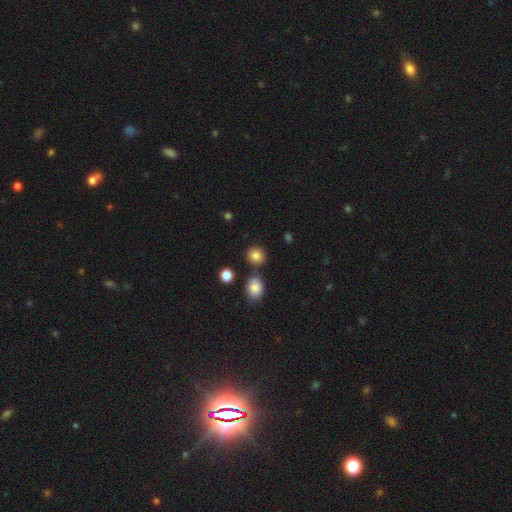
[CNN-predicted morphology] This appears to be a smooth galaxy with no disk features (83%) that is round (85%). Merging: none (77%).